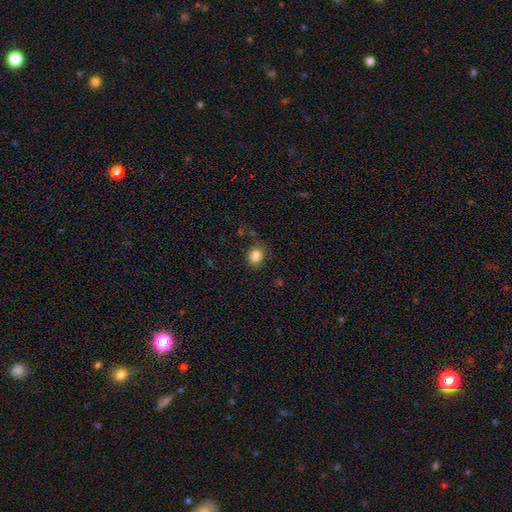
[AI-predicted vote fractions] Morphology: type=smooth (85%); roundness=round (63%); merging=none (83%).